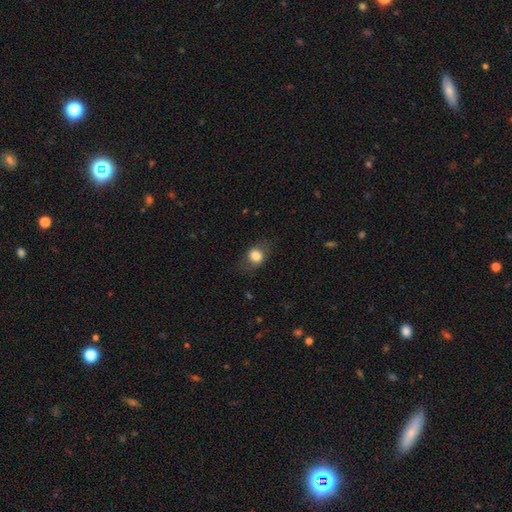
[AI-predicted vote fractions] A smooth galaxy with no disk features (76%) that is in between round and cigar-shaped (51%). Merging: none (74%).